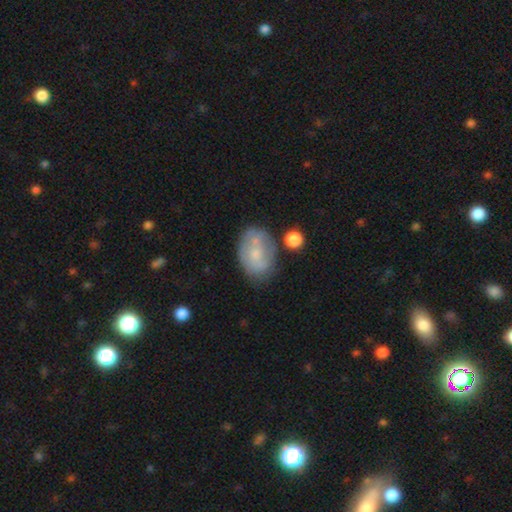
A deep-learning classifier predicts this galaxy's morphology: Overall: smooth (51%; featured or disk 42%). How rounded: in between (80%). Merging: none (52%; minor disturbance 25%).